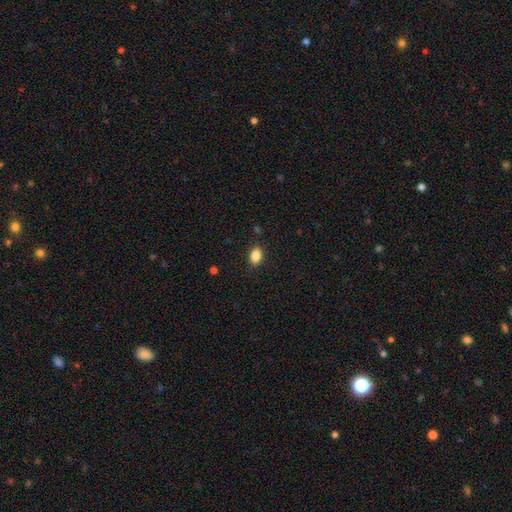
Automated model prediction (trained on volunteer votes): Morphology: type=smooth (86%); roundness=in between (83%); merging=none (86%).